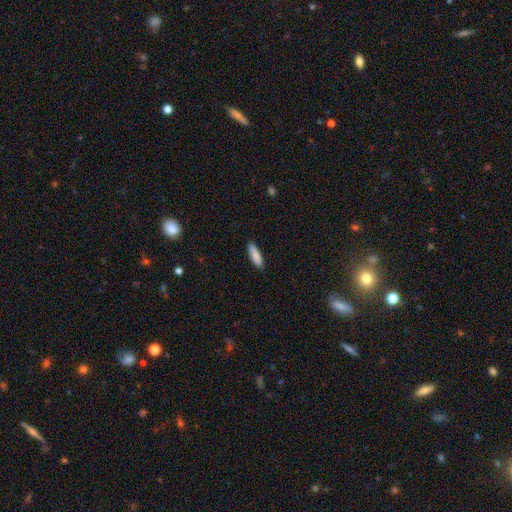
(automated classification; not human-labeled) Smooth or featured: smooth — 86% (featured or disk — 8%)
How rounded: cigar-shaped — 59% (in between — 39%)
Merging: none — 87% (minor disturbance — 10%)